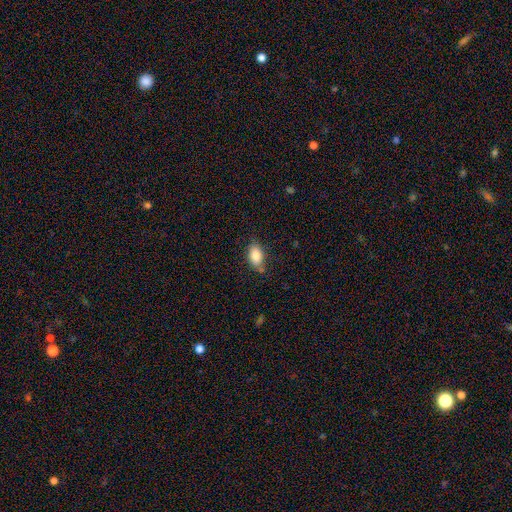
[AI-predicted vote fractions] A smooth galaxy with no disk features (84%) that is in between round and cigar-shaped (88%).

Vote fractions:
- Smooth or featured? smooth: 84% / featured or disk: 8% / star or artifact: 8%
- How rounded? in between: 88% / round: 10% / cigar-shaped: 2%
- Merging? none: 68% / minor disturbance: 23% / major disturbance: 5% / merger: 4%